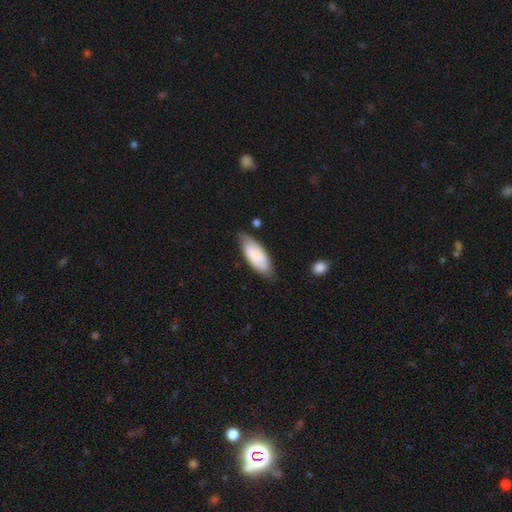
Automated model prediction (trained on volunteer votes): Smooth or featured: smooth — 82% (featured or disk — 12%)
How rounded: in between — 78% (cigar-shaped — 20%)
Merging: none — 70% (minor disturbance — 23%)